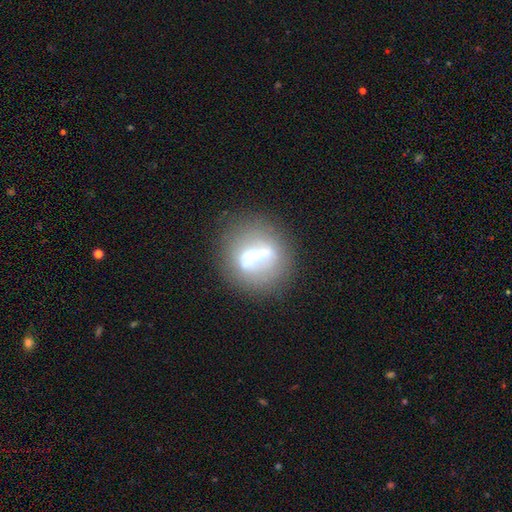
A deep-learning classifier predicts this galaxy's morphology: smooth_or_featured: featured or disk (p=0.59) [alt: smooth p=0.30]
disk_edge_on: no (p=0.81) [alt: yes p=0.19]
merging: none (p=0.71) [alt: minor disturbance p=0.15]